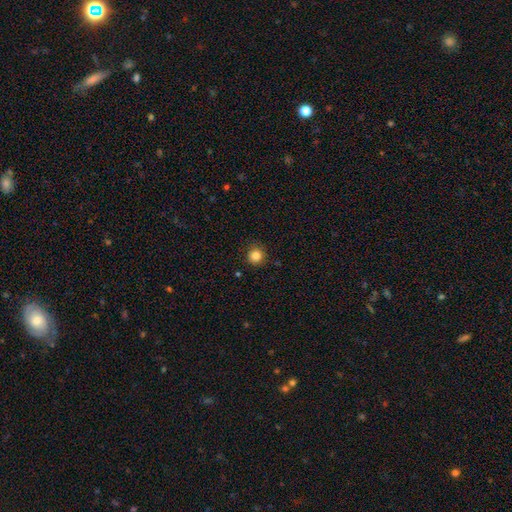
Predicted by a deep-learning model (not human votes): The model was most divided on "smooth or featured": smooth: 85%, star or artifact: 11%, featured or disk: 4%. More confident: how rounded — round (93%); merging — none (90%).